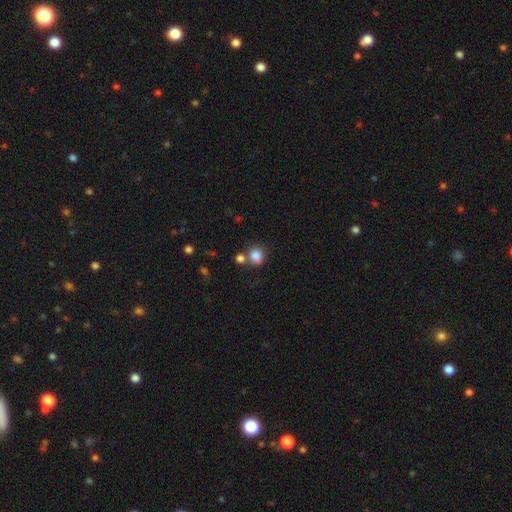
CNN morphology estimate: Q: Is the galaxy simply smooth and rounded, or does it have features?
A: smooth — 84%.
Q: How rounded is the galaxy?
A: round — 73%.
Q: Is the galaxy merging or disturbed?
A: none — 62%.